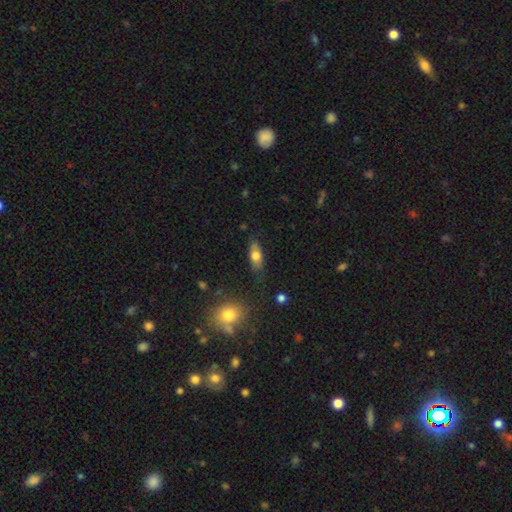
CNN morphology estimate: A smooth galaxy with no disk features (67%) that is in between round and cigar-shaped (70%). Merging: none (75%).